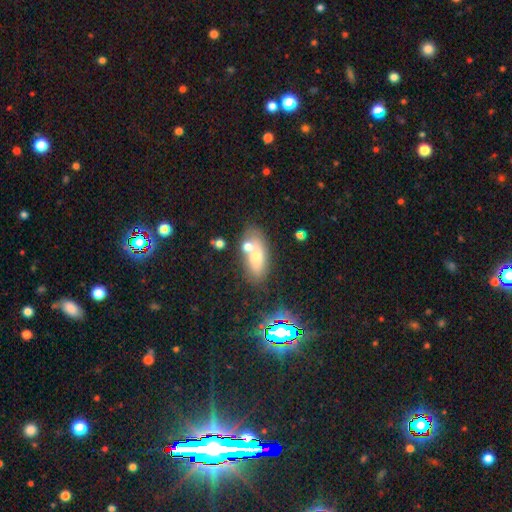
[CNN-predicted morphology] This is likely a smooth galaxy (61%). How rounded: likely in between (80%). Merging: possibly none (53%).